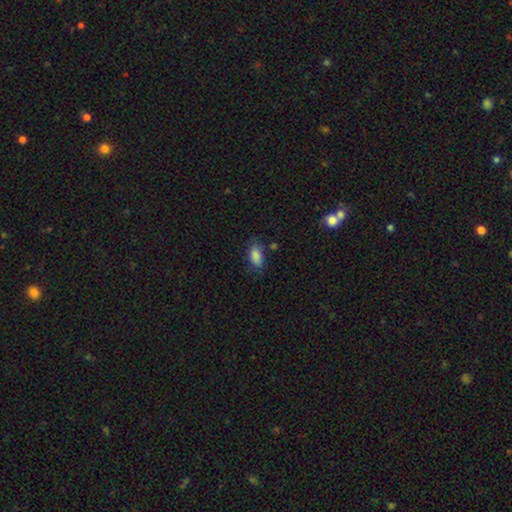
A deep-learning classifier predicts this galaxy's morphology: A smooth galaxy with no disk features (86%) that is in between round and cigar-shaped (92%).

Vote fractions:
- Smooth or featured? smooth: 86% / star or artifact: 8% / featured or disk: 6%
- How rounded? in between: 92% / cigar-shaped: 4% / round: 4%
- Merging? none: 71% / minor disturbance: 20% / major disturbance: 5% / merger: 3%